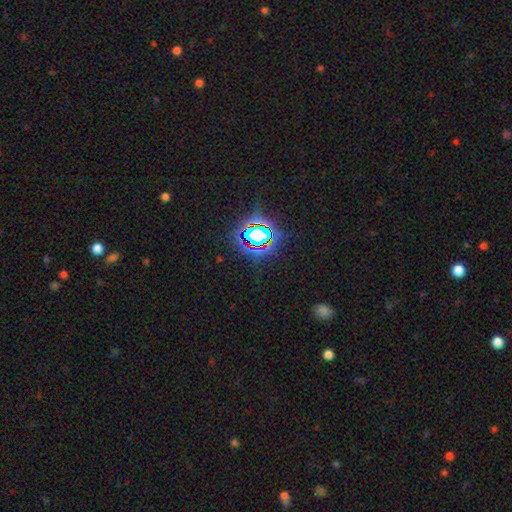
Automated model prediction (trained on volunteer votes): This appears to be a star or artifact, not a galaxy (80%).